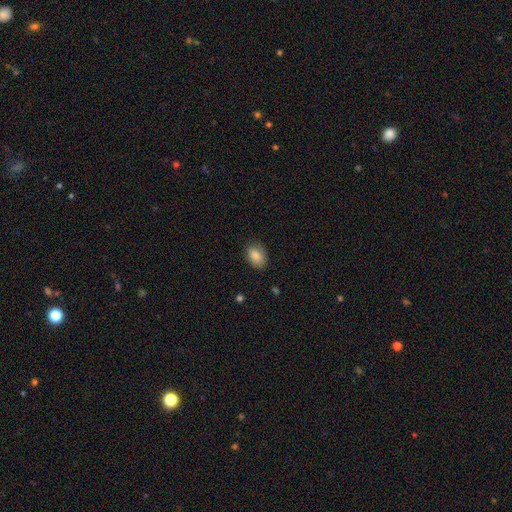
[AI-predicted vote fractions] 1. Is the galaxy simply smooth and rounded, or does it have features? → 85% smooth, 8% featured or disk, 7% star or artifact.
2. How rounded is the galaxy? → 82% in between, 17% round, 1% cigar-shaped.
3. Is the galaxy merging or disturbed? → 80% none, 16% minor disturbance, 3% major disturbance, 1% merger.